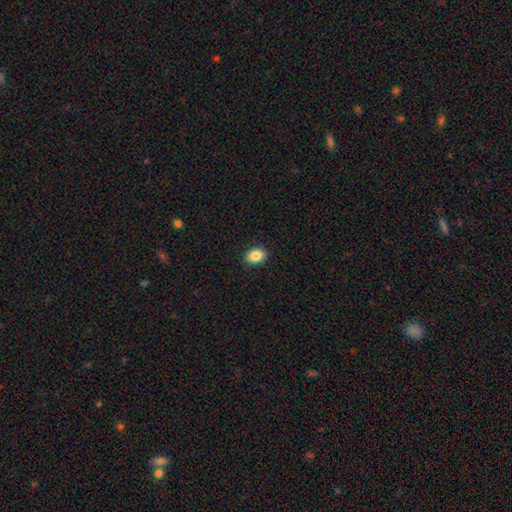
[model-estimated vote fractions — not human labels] The model was most divided on "how rounded": in between: 68%, round: 31%, cigar-shaped: 1%. More confident: merging — none (91%); smooth or featured — smooth (87%).